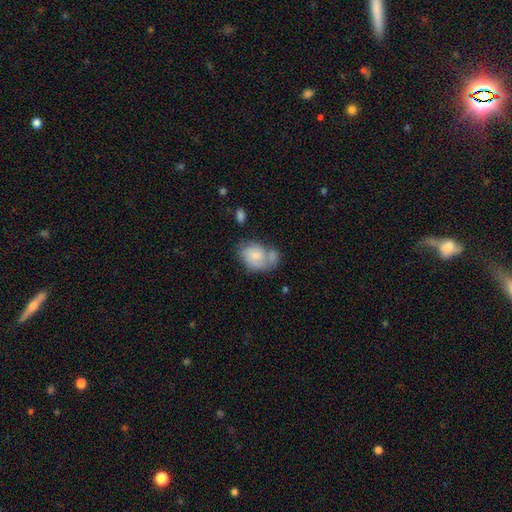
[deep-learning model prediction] smooth-or-featured: smooth: 63% | featured or disk: 29% | star or artifact: 7%
  how-rounded: in between: 68% | round: 31% | cigar-shaped: 1%
  merging: merger: 33% | none: 32% | minor disturbance: 22% | major disturbance: 13%